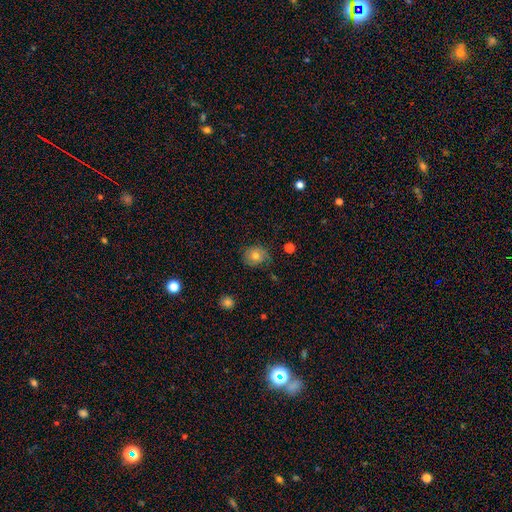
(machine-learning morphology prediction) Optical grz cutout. It shows a smooth galaxy with no disk features (64%) that is round (71%). Merging: none (70%).